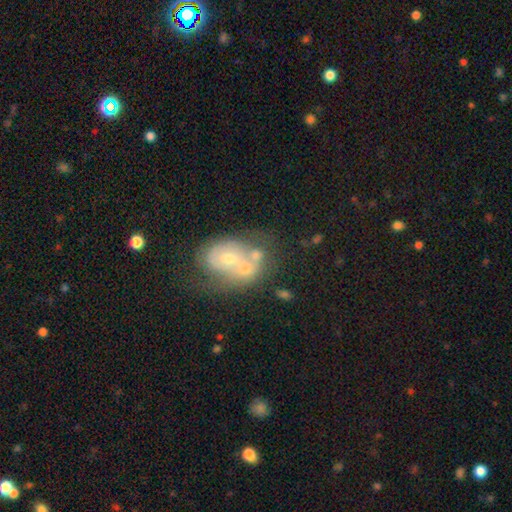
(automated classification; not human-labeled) A featured or disk galaxy (48%).

Vote fractions:
- Smooth or featured? featured or disk: 48% / smooth: 41% / star or artifact: 11%
- Merging? merger: 59% / none: 20% / minor disturbance: 11% / major disturbance: 10%